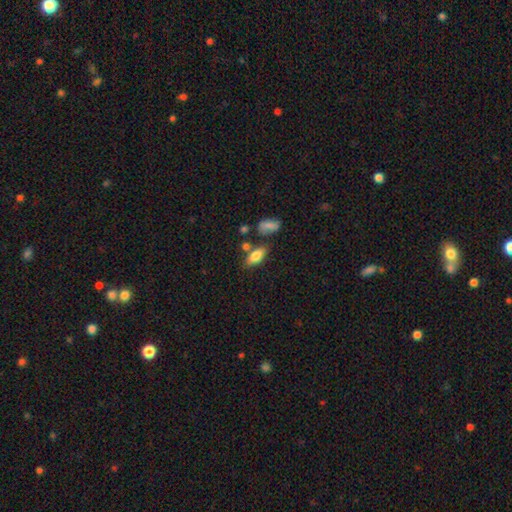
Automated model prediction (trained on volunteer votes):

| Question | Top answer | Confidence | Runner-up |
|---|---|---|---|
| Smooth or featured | smooth | 80% | featured or disk (12%) |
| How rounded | in between | 84% | cigar-shaped (12%) |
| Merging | none | 67% | minor disturbance (16%) |